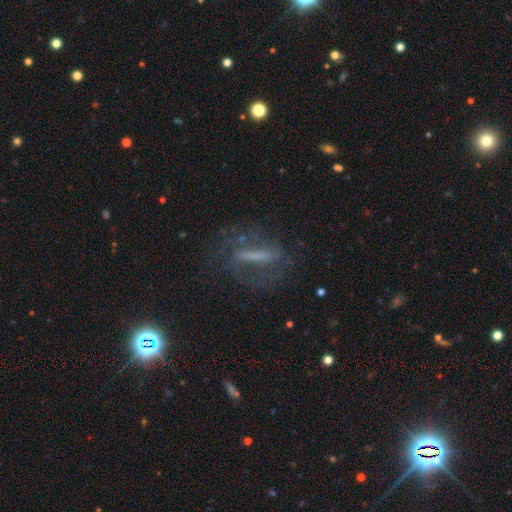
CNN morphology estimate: The model was most divided on "smooth or featured": featured or disk: 57%, smooth: 26%, star or artifact: 17%. More confident: merging — none (68%); edge-on disk — no (66%).